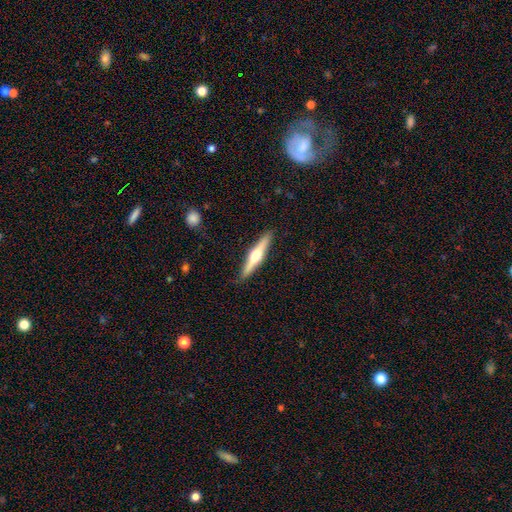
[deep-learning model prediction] Smooth or featured? featured or disk (66%)
Edge-on disk? yes (97%)
Edge-on bulge? rounded (94%)
Merging? none (90%)